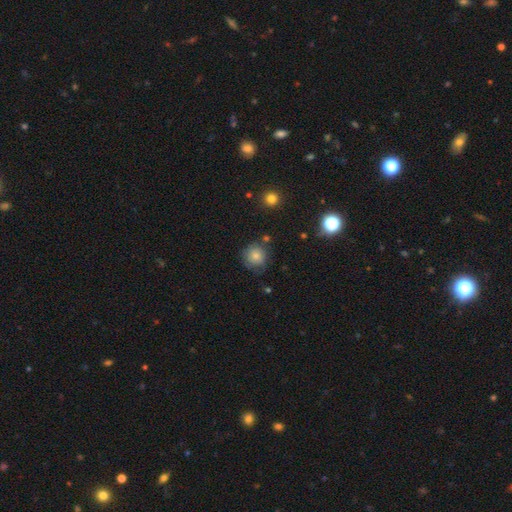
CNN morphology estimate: type=smooth (77%); roundness=round (91%); merging=none (73%).